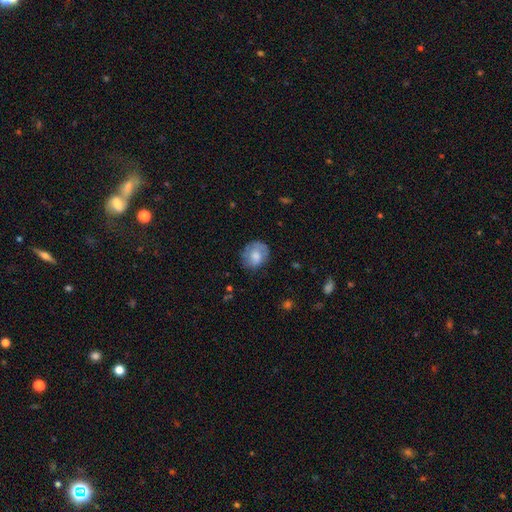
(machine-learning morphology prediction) Q: Smooth or featured?
A: smooth (65%); runner-up: featured or disk (28%)
Q: How rounded?
A: round (70%); runner-up: in between (29%)
Q: Merging?
A: none (70%); runner-up: minor disturbance (21%)